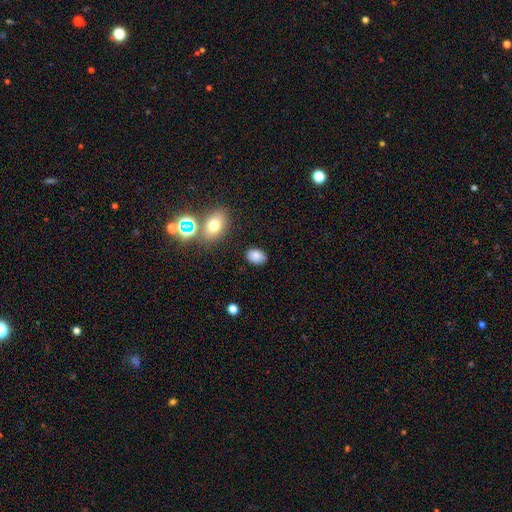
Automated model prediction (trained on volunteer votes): smooth 82%, star or artifact 11%, featured or disk 7%. Down the decision tree: how rounded — in between (80%); merging — none (83%).